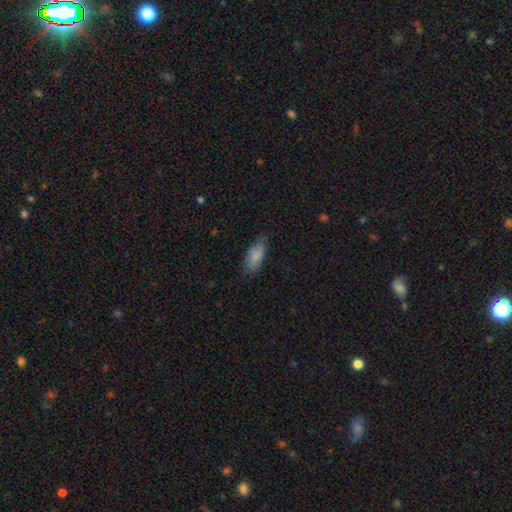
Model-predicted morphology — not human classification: smooth 84%, featured or disk 10%, star or artifact 6%. Down the decision tree: how rounded — in between (83%); merging — none (69%).